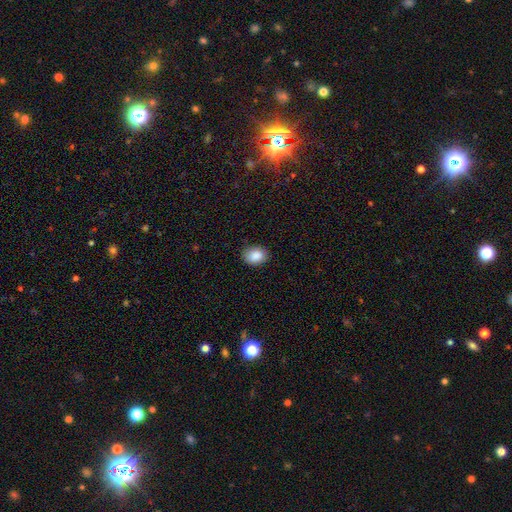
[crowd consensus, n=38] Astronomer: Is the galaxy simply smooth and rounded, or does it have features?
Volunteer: smooth — 89%.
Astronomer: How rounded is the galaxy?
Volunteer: in between — 76%.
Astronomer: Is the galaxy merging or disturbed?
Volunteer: none — 89%.